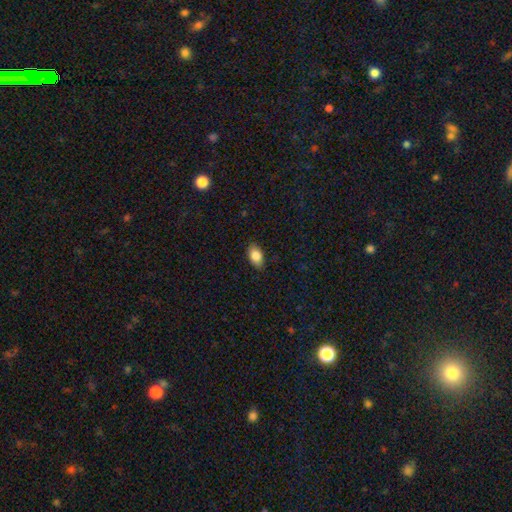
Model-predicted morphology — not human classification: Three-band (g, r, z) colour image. It shows a smooth galaxy with no disk features (84%) that is in between round and cigar-shaped (91%). Merging: none (87%).